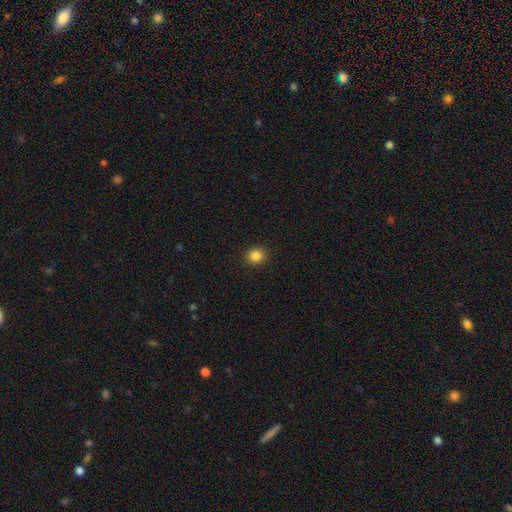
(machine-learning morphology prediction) A smooth galaxy with no disk features (85%) that is round (86%).

Vote fractions:
- Smooth or featured? smooth: 85% / star or artifact: 11% / featured or disk: 4%
- How rounded? round: 86% / in between: 13% / cigar-shaped: 1%
- Merging? none: 92% / minor disturbance: 5% / major disturbance: 2% / merger: 1%